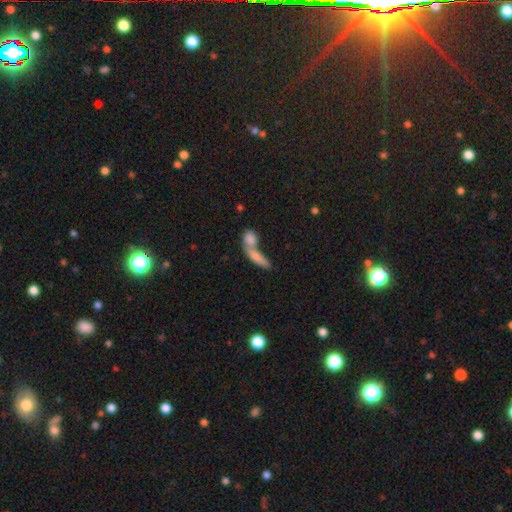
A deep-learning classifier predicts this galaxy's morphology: smooth_or_featured: smooth (p=0.79) [alt: featured or disk p=0.14]
how_rounded: in between (p=0.48) [alt: cigar-shaped p=0.45]
merging: merger (p=0.61) [alt: none p=0.26]